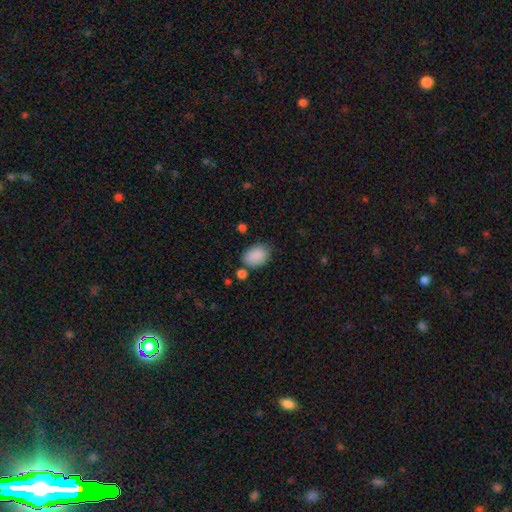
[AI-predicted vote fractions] Smooth or featured: smooth — 88% (star or artifact — 7%)
How rounded: in between — 74% (round — 25%)
Merging: none — 70% (minor disturbance — 18%)